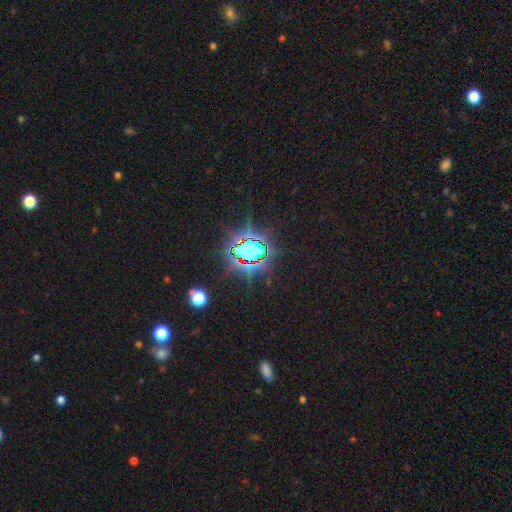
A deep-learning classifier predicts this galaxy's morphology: Smooth or featured?
  - star or artifact: 81% *
  - smooth: 11%
  - featured or disk: 8%